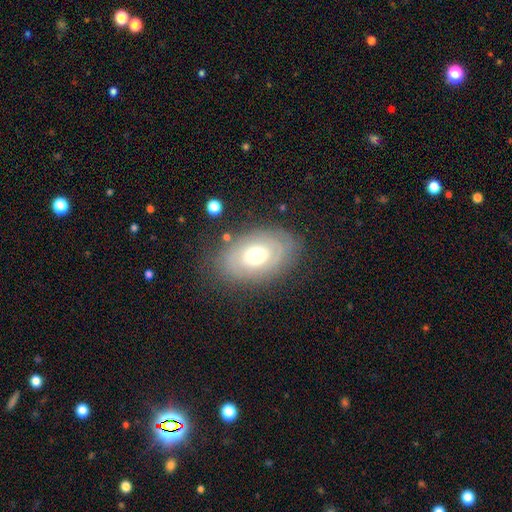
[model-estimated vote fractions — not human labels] Overall: featured or disk (58%; smooth 34%). Edge-on disk: no (93%). Bar: no (80%). Spiral arms: yes (60%; no 40%). Bulge size: moderate (70%). Merging: none (78%).